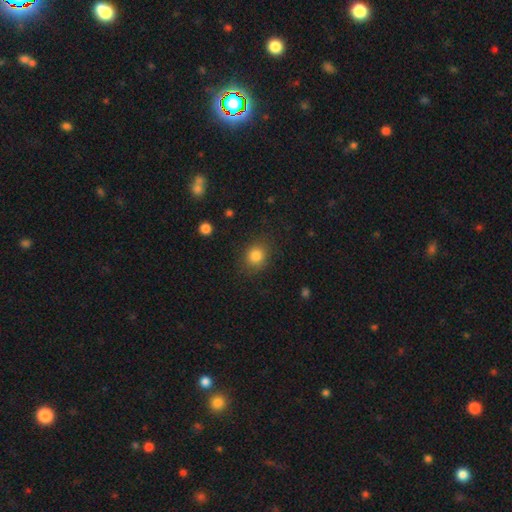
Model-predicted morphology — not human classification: The model was most divided on "how rounded": round: 76%, in between: 24%, cigar-shaped: 1%. More confident: merging — none (84%); smooth or featured — smooth (84%).